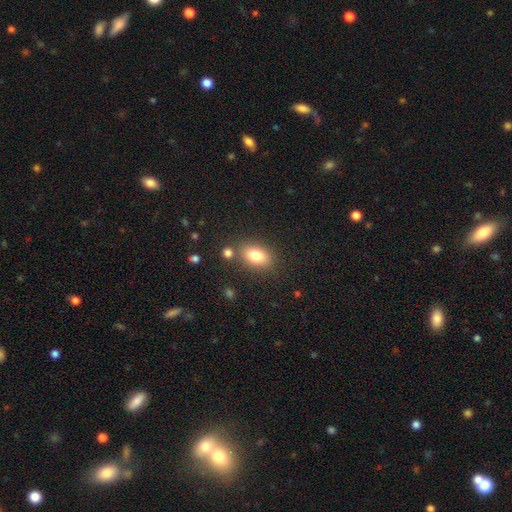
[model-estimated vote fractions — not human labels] This is likely a smooth galaxy (79%). How rounded: clearly in between (81%). Merging: likely none (77%).